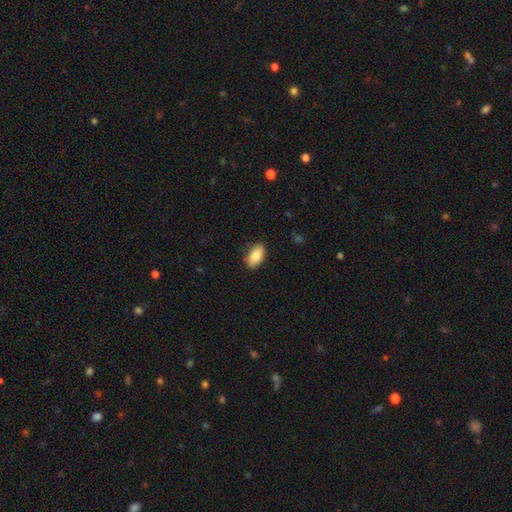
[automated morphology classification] smooth 86%, featured or disk 7%, star or artifact 7%. Down the decision tree: how rounded — in between (93%); merging — none (84%).